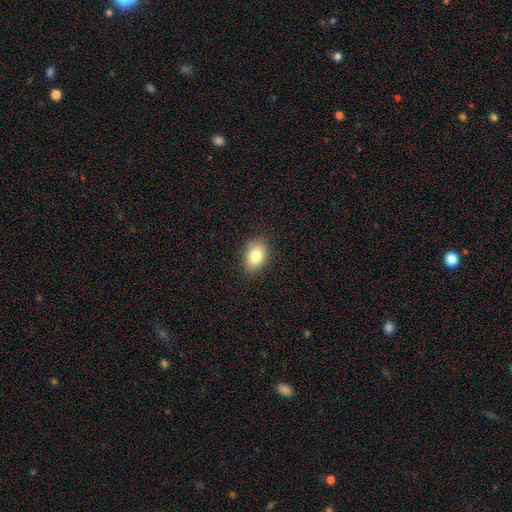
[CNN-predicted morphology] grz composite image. It shows a smooth galaxy with no disk features (81%) that is in between round and cigar-shaped (81%). Merging: none (85%).